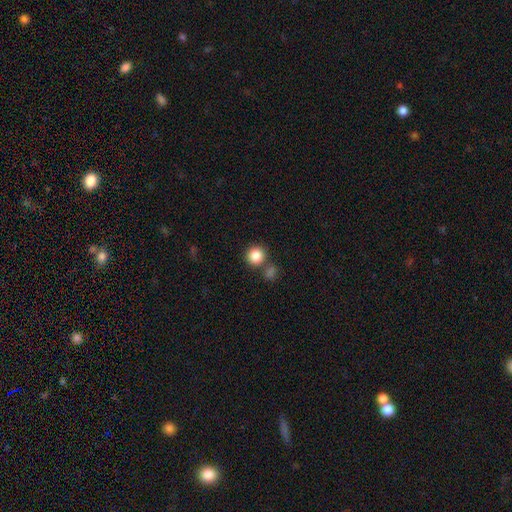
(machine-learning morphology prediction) Smooth or featured: smooth — 86% (star or artifact — 9%)
How rounded: round — 93% (in between — 6%)
Merging: none — 73% (merger — 16%)